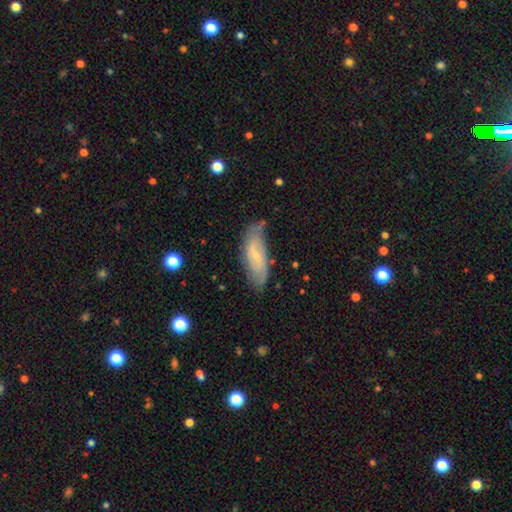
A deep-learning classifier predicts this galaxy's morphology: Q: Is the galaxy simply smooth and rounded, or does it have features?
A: featured or disk — 54%.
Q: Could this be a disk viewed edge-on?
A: no — 86%.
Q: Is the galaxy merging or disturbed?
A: none — 65%.